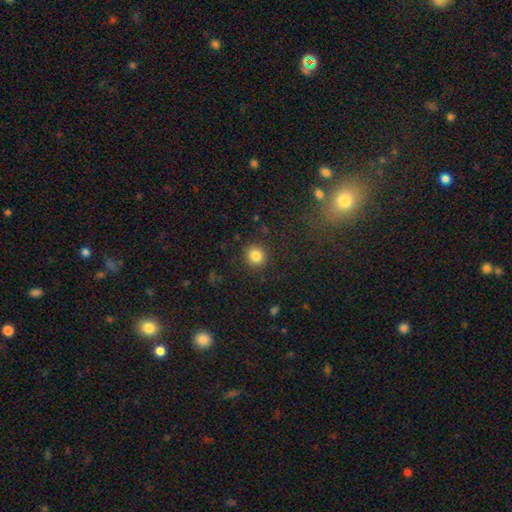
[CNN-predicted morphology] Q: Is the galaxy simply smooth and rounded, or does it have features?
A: smooth — 84%.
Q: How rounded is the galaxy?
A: round — 90%.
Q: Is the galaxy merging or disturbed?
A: none — 89%.